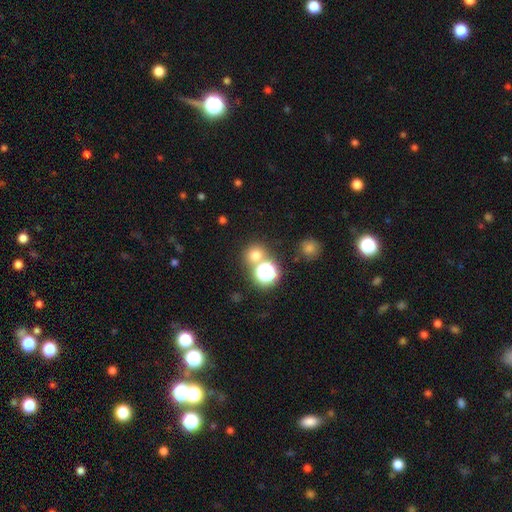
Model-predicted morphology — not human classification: A smooth galaxy with no disk features (67%) that is round (88%). Merging: none (68%).